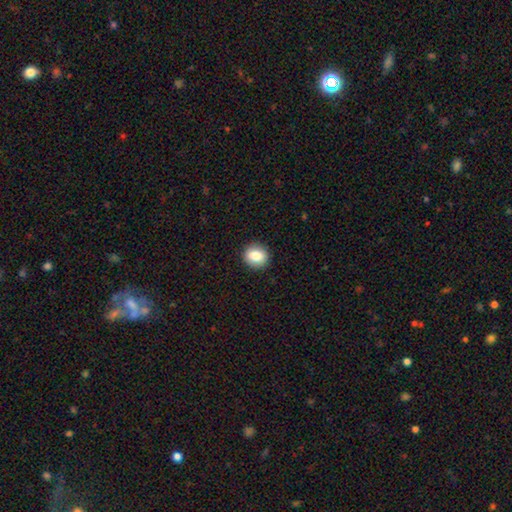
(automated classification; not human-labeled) smooth_or_featured: smooth (p=0.84) [alt: star or artifact p=0.09]
how_rounded: round (p=0.75) [alt: in between p=0.24]
merging: none (p=0.91) [alt: minor disturbance p=0.07]